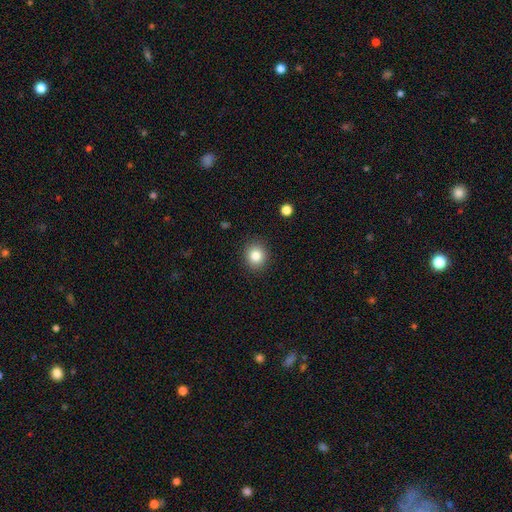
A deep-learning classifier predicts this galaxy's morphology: A smooth galaxy with no disk features (83%) that is round (82%).

Vote fractions:
- Smooth or featured? smooth: 83% / star or artifact: 11% / featured or disk: 6%
- How rounded? round: 82% / in between: 17% / cigar-shaped: 1%
- Merging? none: 90% / minor disturbance: 7% / major disturbance: 2% / merger: 1%